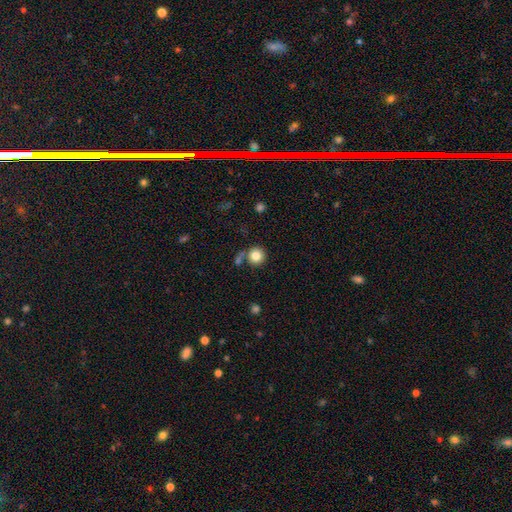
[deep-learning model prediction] smooth_or_featured: smooth (p=0.82) [alt: star or artifact p=0.10]
how_rounded: round (p=0.93) [alt: in between p=0.06]
merging: none (p=0.73) [alt: merger p=0.13]